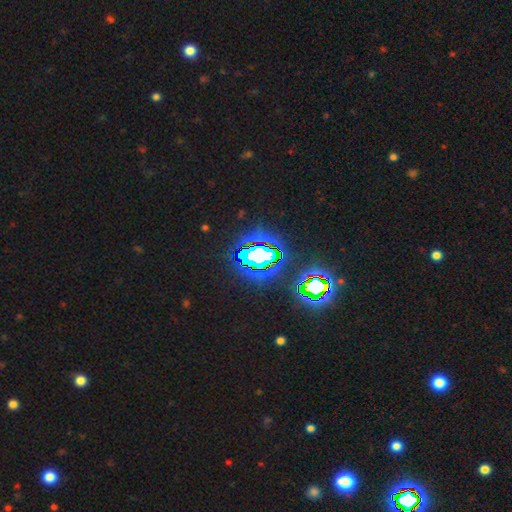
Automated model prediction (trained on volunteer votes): This appears to be a star or artifact, not a galaxy (79%).